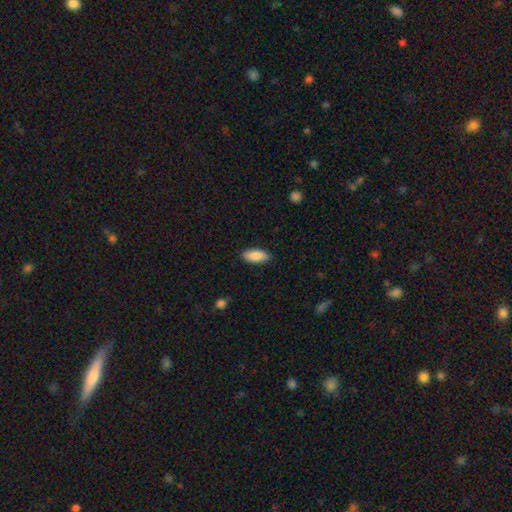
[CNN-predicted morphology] smooth-or-featured: smooth: 88% | featured or disk: 6% | star or artifact: 6%
  how-rounded: in between: 86% | cigar-shaped: 12% | round: 2%
  merging: none: 88% | minor disturbance: 9% | major disturbance: 2% | merger: 1%